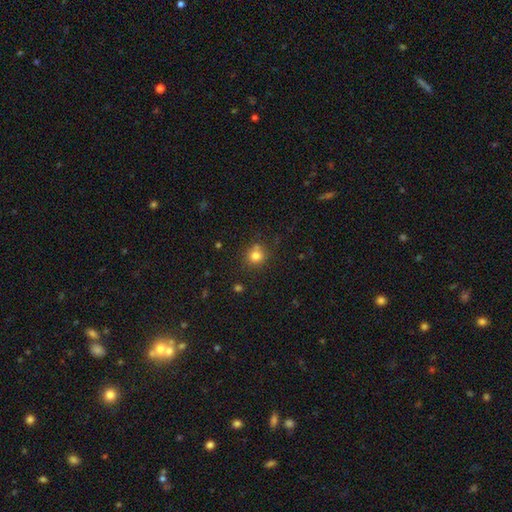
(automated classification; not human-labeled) Smooth or featured? smooth (78%)
How rounded? round (88%)
Merging? none (71%)